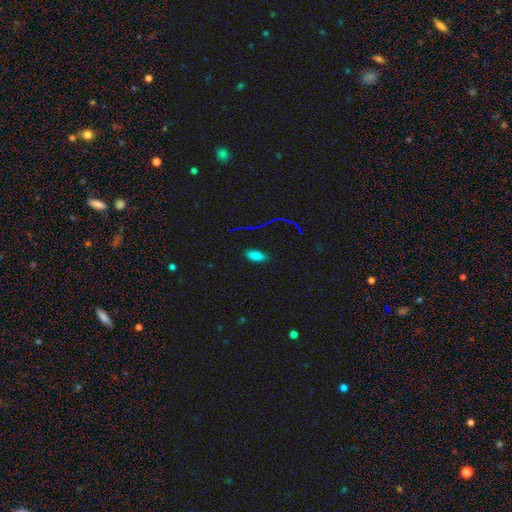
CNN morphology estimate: Overall: smooth (78%). How rounded: in between (85%). Merging: none (87%).